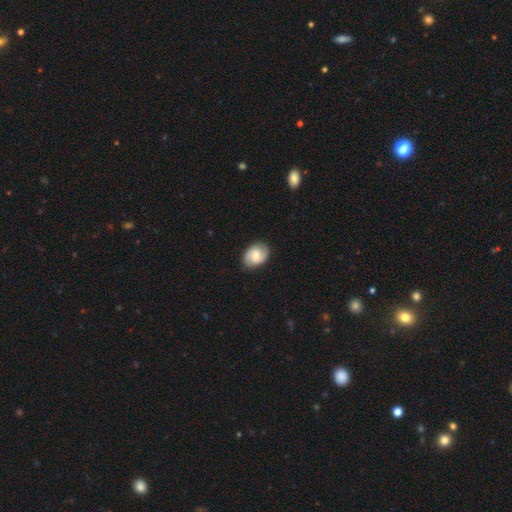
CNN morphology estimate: Smooth or featured: featured or disk — 60% (smooth — 33%)
Edge-on disk: no — 97% (yes — 3%)
Bar: weak — 46% (no — 44%)
Spiral arms: yes — 91% (no — 9%)
Spiral winding: medium — 45% (tight — 34%)
Spiral arm count: 2 — 89% (can't tell — 6%)
Bulge size: moderate — 53% (small — 37%)
Merging: none — 85% (minor disturbance — 11%)